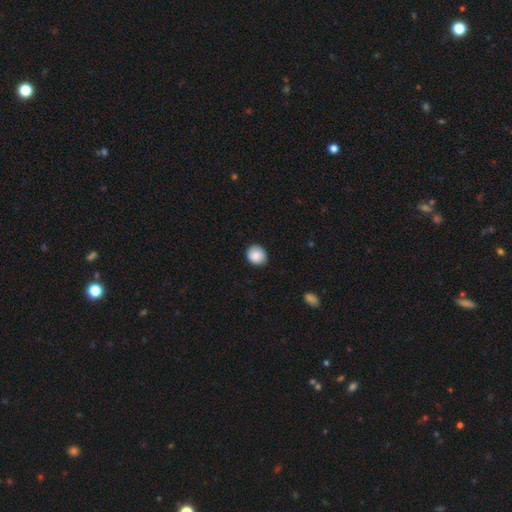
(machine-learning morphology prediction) Smooth or featured? Predicted: smooth (p=0.87). How rounded? Predicted: round (p=0.77). Merging? Predicted: none (p=0.86).